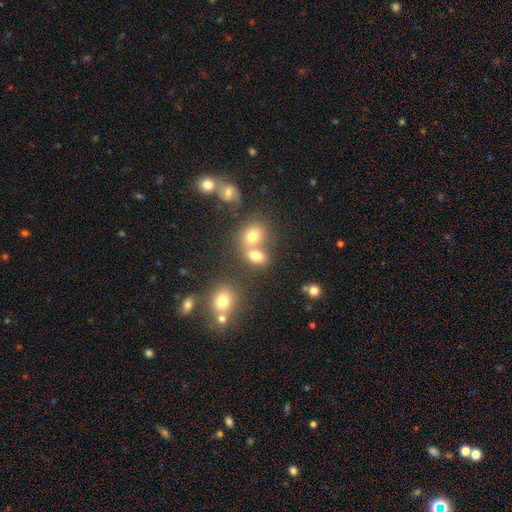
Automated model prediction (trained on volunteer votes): Smooth or featured: smooth — 73% (star or artifact — 15%)
How rounded: in between — 54% (round — 44%)
Merging: none — 43% (tied with merger — 43%)